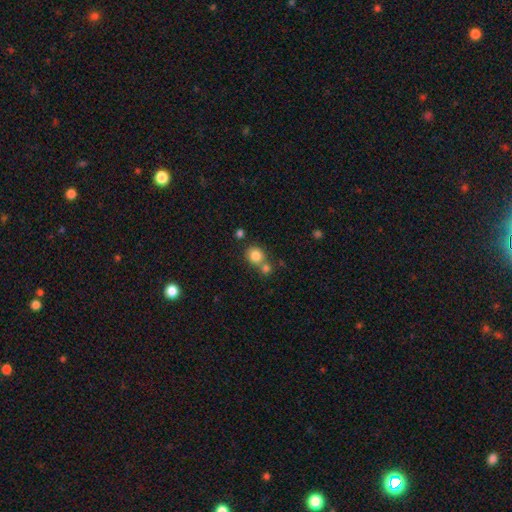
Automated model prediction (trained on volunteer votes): smooth-or-featured: smooth: 82% | star or artifact: 11% | featured or disk: 7%
  how-rounded: round: 82% | in between: 17% | cigar-shaped: 1%
  merging: none: 57% | merger: 31% | minor disturbance: 9% | major disturbance: 3%